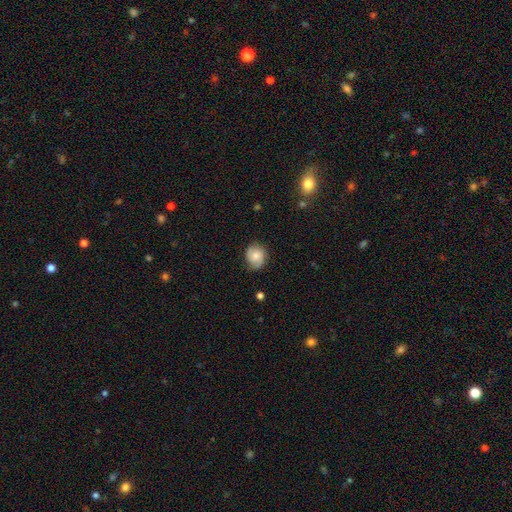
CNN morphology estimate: Smooth or featured? smooth (54%)
How rounded? round (70%)
Merging? none (72%)